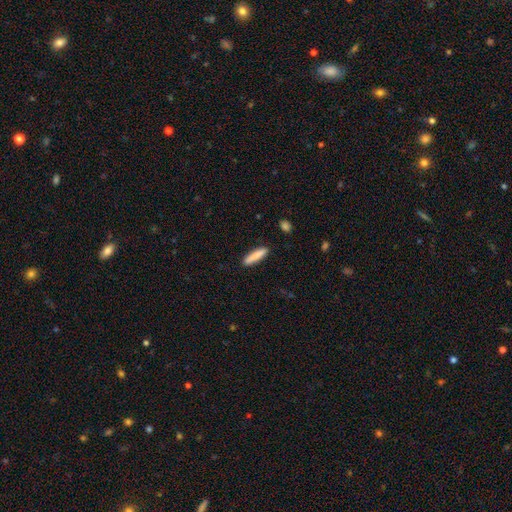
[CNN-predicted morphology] Smooth or featured: smooth — 85% (featured or disk — 9%)
How rounded: cigar-shaped — 86% (in between — 13%)
Merging: none — 90% (minor disturbance — 7%)